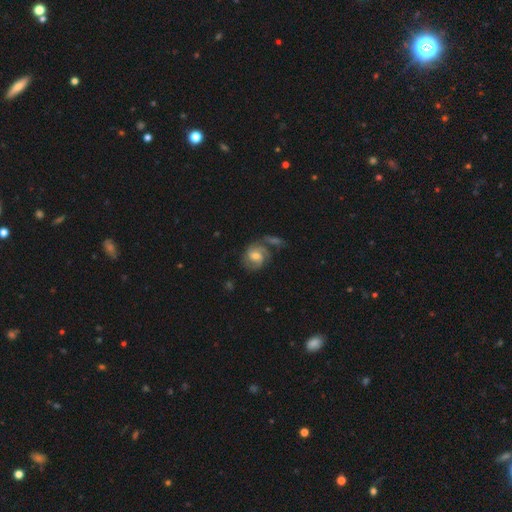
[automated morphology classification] A featured or disk galaxy (83%) with a weak bar (47%), 2 (68%) medium (45%) spiral arms (96%) and a moderate central bulge (62%). Merging: none (54%).